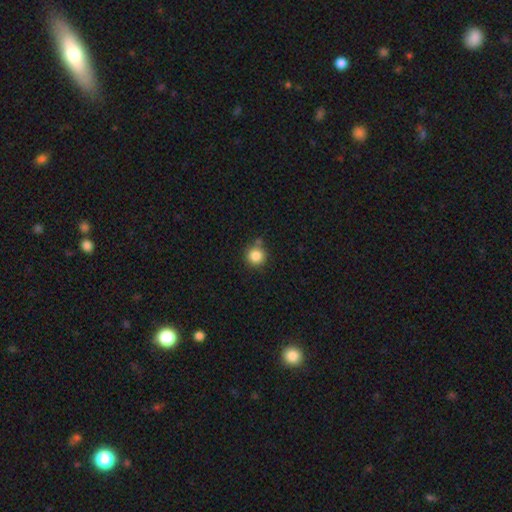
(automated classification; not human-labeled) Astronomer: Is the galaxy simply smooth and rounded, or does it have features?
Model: smooth — 86%.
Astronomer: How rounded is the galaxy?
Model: round — 93%.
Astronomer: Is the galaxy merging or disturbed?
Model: none — 76%.